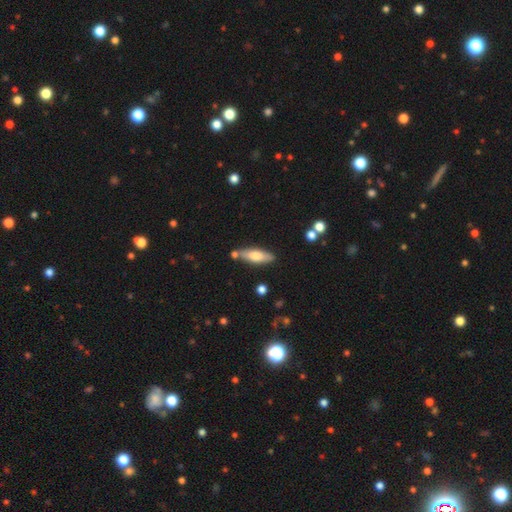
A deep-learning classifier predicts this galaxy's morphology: smooth_or_featured: smooth (p=0.61) [alt: featured or disk p=0.33]
how_rounded: cigar-shaped (p=0.51) [alt: in between p=0.47]
merging: none (p=0.77) [alt: minor disturbance p=0.13]